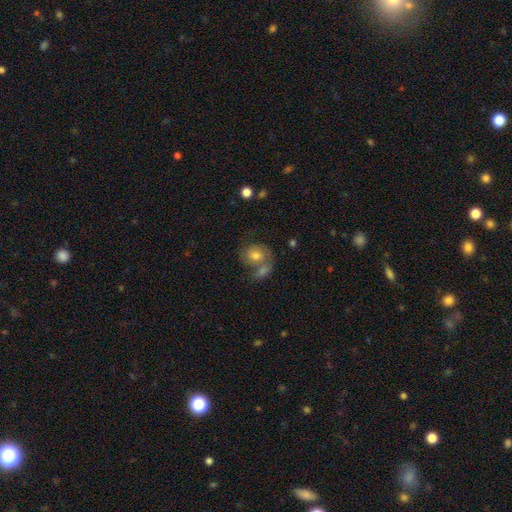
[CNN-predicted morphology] smooth_or_featured: smooth (p=0.51) [alt: featured or disk p=0.39]
how_rounded: round (p=0.60) [alt: in between p=0.39]
merging: merger (p=0.43) [alt: none p=0.36]